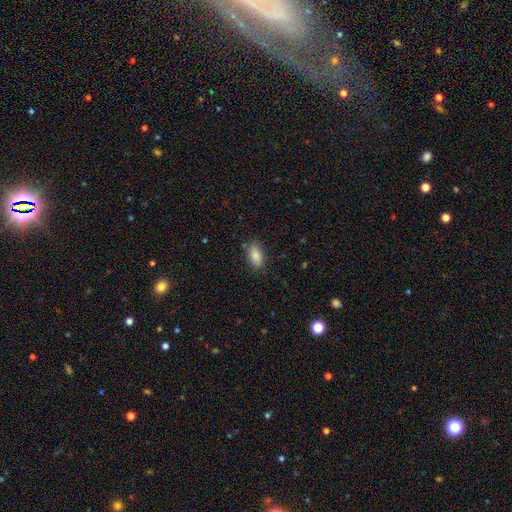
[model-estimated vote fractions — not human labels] smooth 87%, star or artifact 7%, featured or disk 6%. Down the decision tree: how rounded — in between (91%); merging — none (83%).